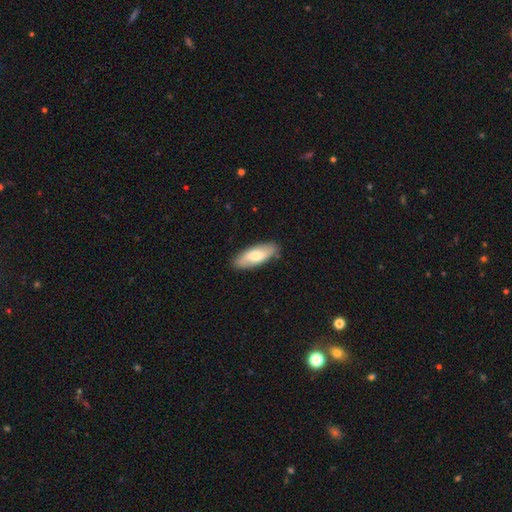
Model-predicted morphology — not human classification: smooth 65%, featured or disk 30%, star or artifact 5%. Down the decision tree: how rounded — in between (74%); merging — none (86%).